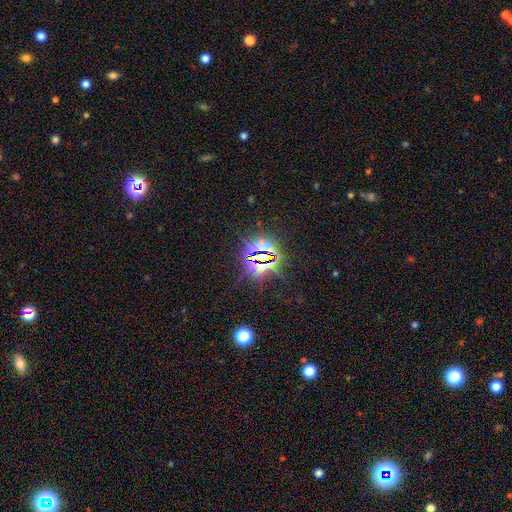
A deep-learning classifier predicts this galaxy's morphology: Smooth or featured? Predicted: star or artifact (p=0.83).